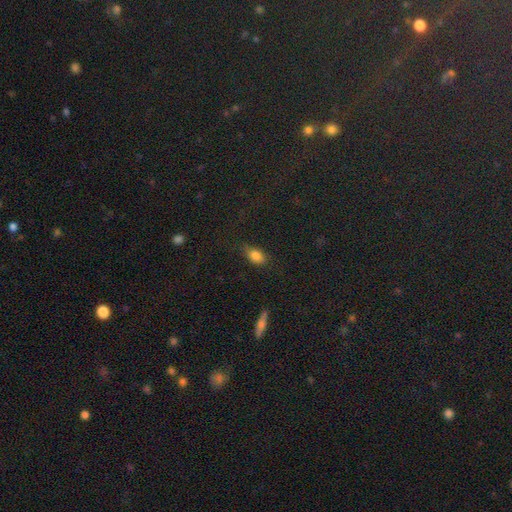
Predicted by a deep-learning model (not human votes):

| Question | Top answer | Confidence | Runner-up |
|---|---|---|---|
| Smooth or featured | smooth | 82% | star or artifact (11%) |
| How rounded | in between | 85% | round (10%) |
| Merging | none | 71% | minor disturbance (21%) |